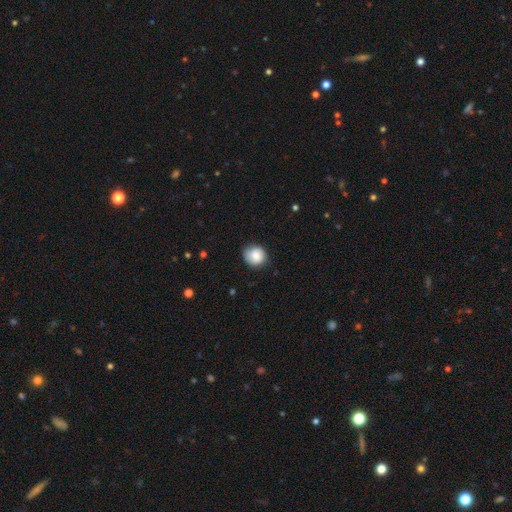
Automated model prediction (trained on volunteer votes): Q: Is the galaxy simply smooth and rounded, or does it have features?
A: smooth — 80%.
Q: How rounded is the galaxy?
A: round — 81%.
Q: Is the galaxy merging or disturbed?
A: none — 74%.